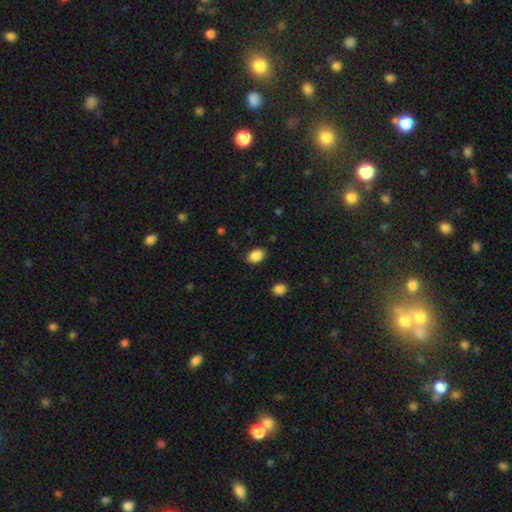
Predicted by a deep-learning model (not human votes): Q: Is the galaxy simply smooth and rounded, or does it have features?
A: smooth — 88%.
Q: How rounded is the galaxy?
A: in between — 72%.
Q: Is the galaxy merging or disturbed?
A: none — 85%.